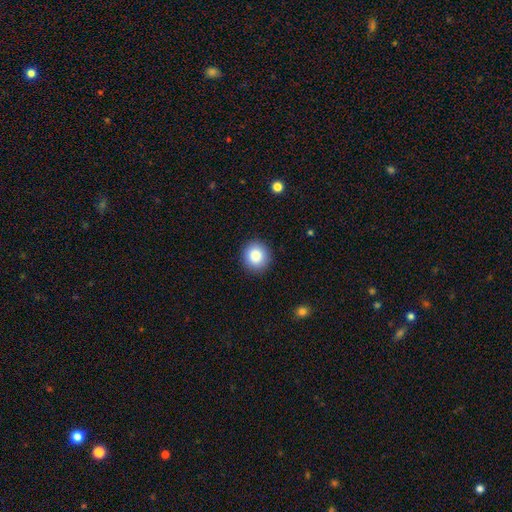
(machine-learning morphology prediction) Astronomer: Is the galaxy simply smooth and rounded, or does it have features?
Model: smooth — 86%.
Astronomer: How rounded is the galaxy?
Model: round — 88%.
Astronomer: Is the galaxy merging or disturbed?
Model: none — 91%.